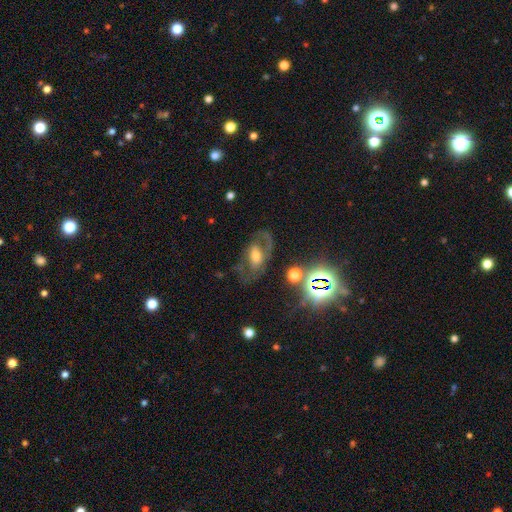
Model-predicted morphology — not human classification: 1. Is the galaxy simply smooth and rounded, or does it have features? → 65% featured or disk, 22% smooth, 13% star or artifact.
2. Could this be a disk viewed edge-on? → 94% no, 6% yes.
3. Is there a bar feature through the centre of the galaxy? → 48% no, 34% weak, 18% strong.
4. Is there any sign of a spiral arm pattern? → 73% yes, 27% no.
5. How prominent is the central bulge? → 57% moderate, 24% small, 13% large, 3% none, 2% dominant.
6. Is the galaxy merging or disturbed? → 51% none, 26% major disturbance, 20% minor disturbance, 4% merger.